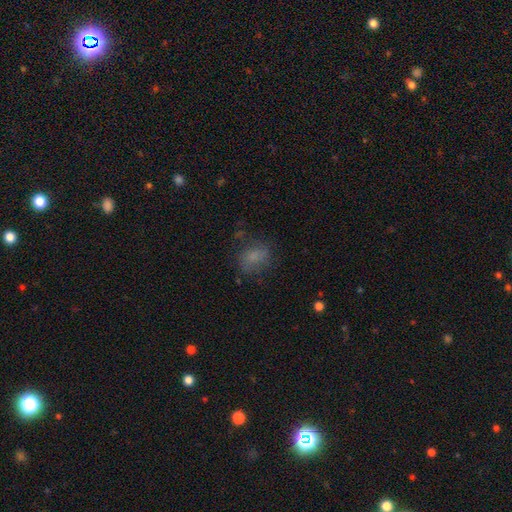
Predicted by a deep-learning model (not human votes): smooth_or_featured: smooth (p=0.70) [alt: featured or disk p=0.17]
how_rounded: in between (p=0.65) [alt: round p=0.33]
merging: none (p=0.60) [alt: minor disturbance p=0.23]